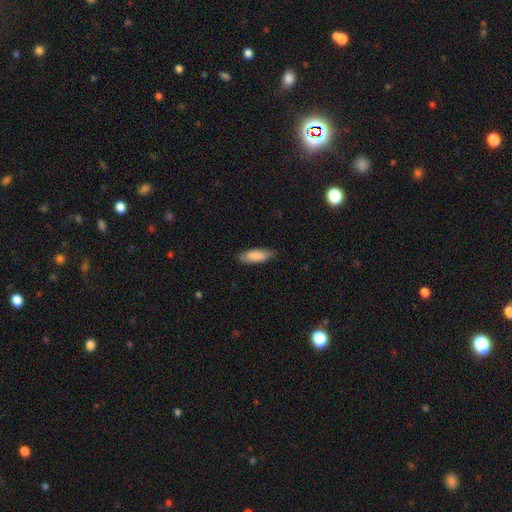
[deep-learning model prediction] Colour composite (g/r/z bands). It shows a smooth galaxy with no disk features (81%) that is in between round and cigar-shaped (68%). Merging: none (79%).